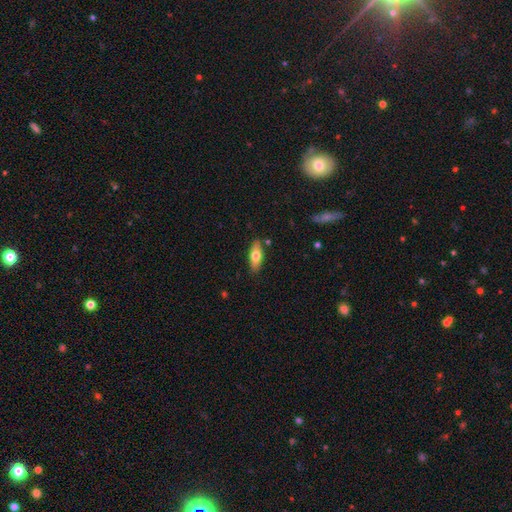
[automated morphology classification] smooth-or-featured: smooth: 58% | featured or disk: 35% | star or artifact: 6%
  how-rounded: in between: 64% | cigar-shaped: 33% | round: 3%
  merging: none: 86% | minor disturbance: 10% | merger: 2% | major disturbance: 2%